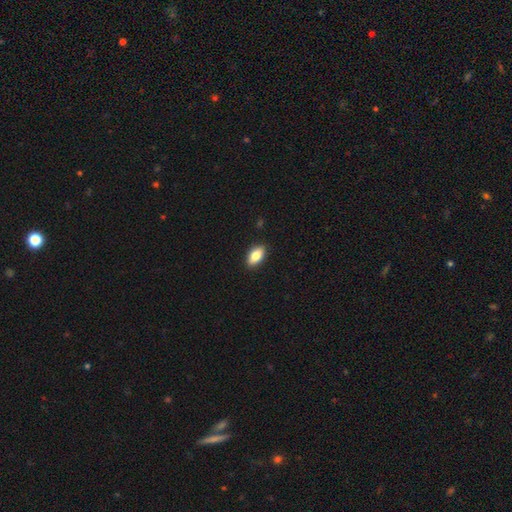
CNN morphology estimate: smooth_or_featured: smooth (p=0.81) [alt: featured or disk p=0.12]
how_rounded: in between (p=0.89) [alt: cigar-shaped p=0.06]
merging: none (p=0.90) [alt: minor disturbance p=0.08]